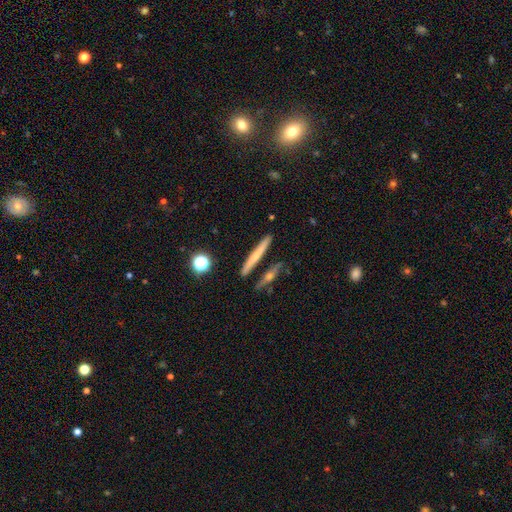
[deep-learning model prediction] A smooth galaxy with no disk features (49%).

Vote fractions:
- Smooth or featured? smooth: 49% / featured or disk: 43% / star or artifact: 8%
- Merging? none: 85% / minor disturbance: 8% / merger: 5% / major disturbance: 2%